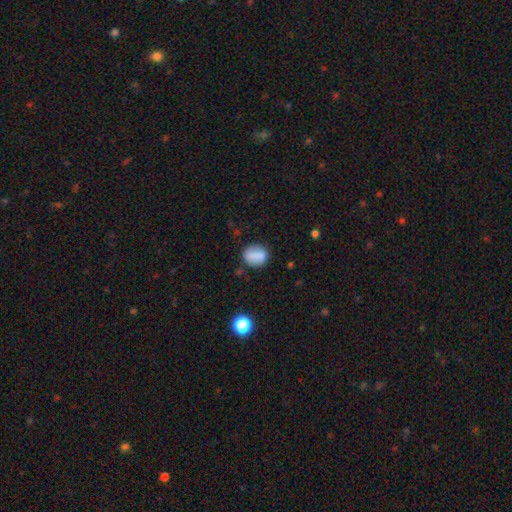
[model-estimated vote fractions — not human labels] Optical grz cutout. It shows a smooth galaxy with no disk features (79%) that is round (51%). Merging: none (74%).